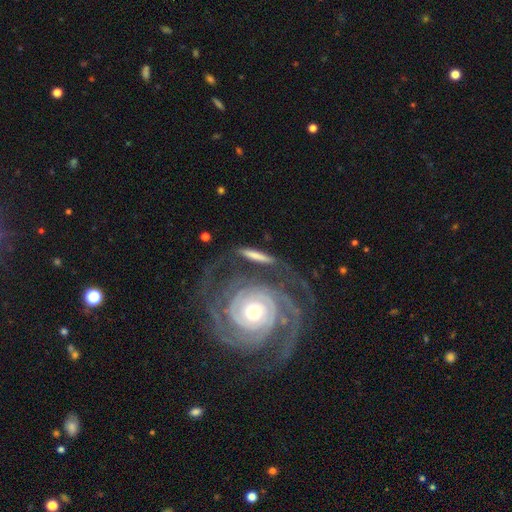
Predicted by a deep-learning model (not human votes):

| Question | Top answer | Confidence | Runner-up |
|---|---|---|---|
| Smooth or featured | featured or disk | 52% | smooth (42%) |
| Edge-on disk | no | 59% | yes (41%) |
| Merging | none | 63% | minor disturbance (16%) |